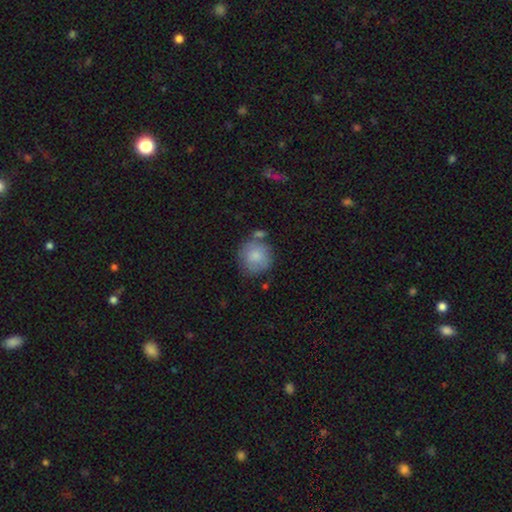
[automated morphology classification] Q: Smooth or featured?
A: smooth (78%); runner-up: featured or disk (15%)
Q: How rounded?
A: round (90%); runner-up: in between (9%)
Q: Merging?
A: none (61%); runner-up: minor disturbance (20%)